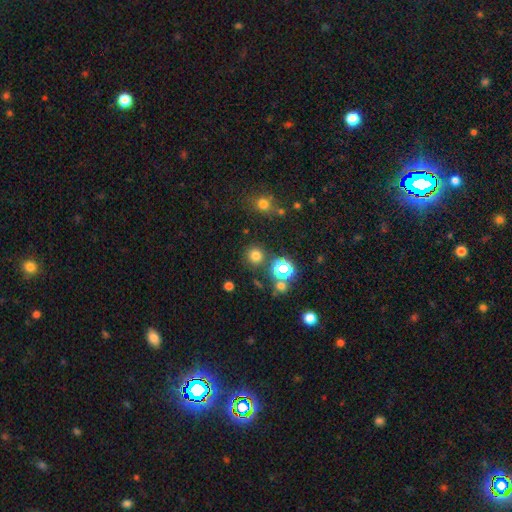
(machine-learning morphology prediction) Q: Smooth or featured?
A: smooth (73%); runner-up: star or artifact (22%)
Q: How rounded?
A: round (94%); runner-up: in between (5%)
Q: Merging?
A: none (84%); runner-up: minor disturbance (8%)